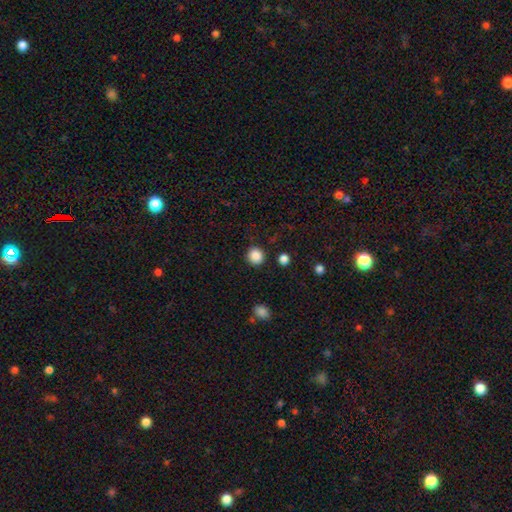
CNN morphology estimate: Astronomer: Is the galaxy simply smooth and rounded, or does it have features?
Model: smooth — 87%.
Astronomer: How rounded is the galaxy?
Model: round — 91%.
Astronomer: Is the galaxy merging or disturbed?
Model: none — 89%.